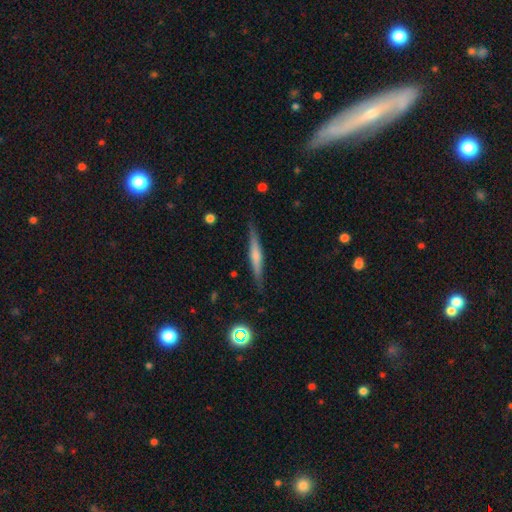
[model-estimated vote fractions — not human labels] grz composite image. It shows a featured or disk galaxy (53%) viewed edge-on (96%) with a rounded central bulge (54%). Merging: none (86%).